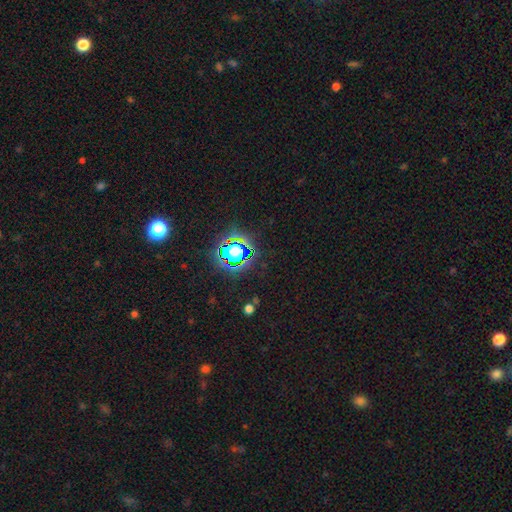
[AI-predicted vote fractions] A star or artifact, not a galaxy (81%).

Vote fractions:
- Smooth or featured? star or artifact: 81% / smooth: 12% / featured or disk: 7%